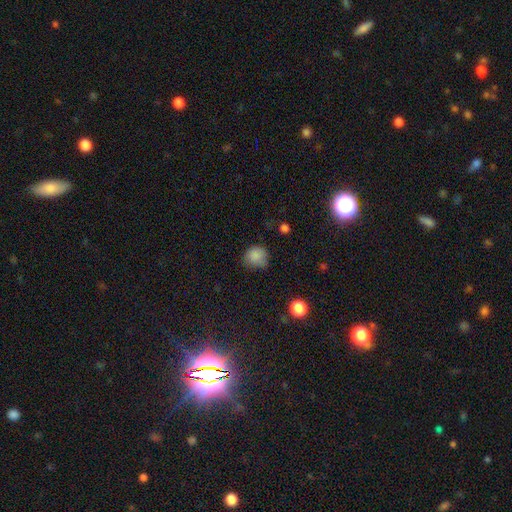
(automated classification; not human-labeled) Smooth or featured: smooth — 85% (star or artifact — 10%)
How rounded: round — 76% (in between — 23%)
Merging: none — 62% (minor disturbance — 29%)